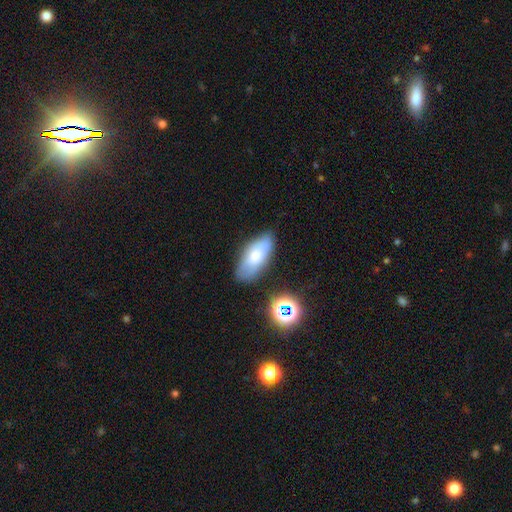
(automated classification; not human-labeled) Overall: smooth (66%). How rounded: in between (86%). Merging: none (77%).